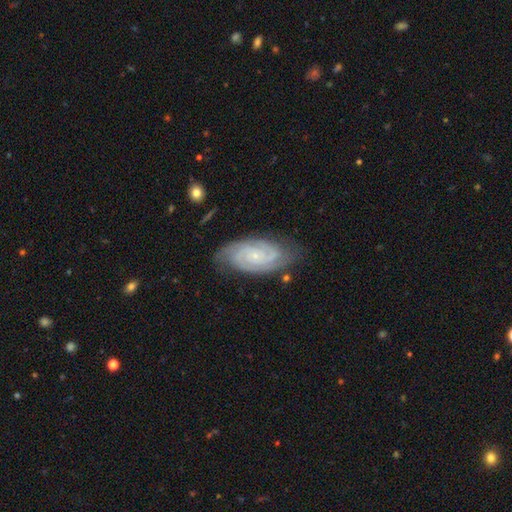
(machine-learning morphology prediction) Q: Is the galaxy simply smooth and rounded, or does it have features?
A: featured or disk — 85%.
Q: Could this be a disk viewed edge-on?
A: no — 96%.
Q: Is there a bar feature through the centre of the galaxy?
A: no — 68%.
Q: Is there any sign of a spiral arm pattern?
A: yes — 97%.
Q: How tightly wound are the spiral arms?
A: tight — 65%.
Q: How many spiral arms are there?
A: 2 — 44%.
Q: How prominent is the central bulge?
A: small — 81%.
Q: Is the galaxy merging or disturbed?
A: none — 76%.